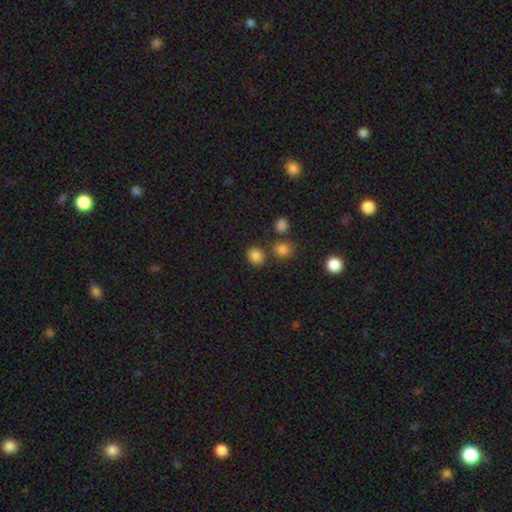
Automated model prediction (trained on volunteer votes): This is clearly a smooth galaxy (83%). How rounded: likely round (73%). Merging: likely none (76%).